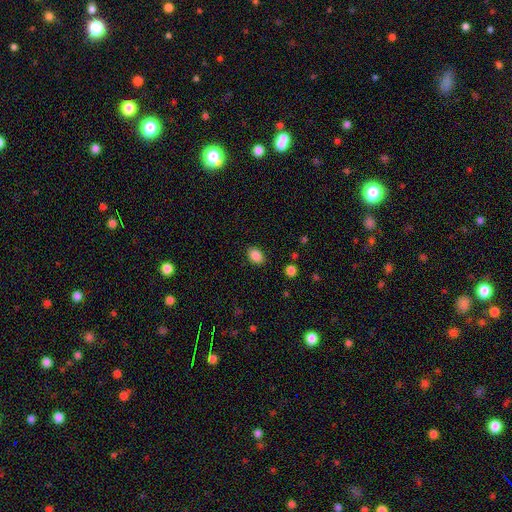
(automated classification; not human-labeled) Smooth or featured? smooth (87%)
How rounded? in between (79%)
Merging? none (87%)